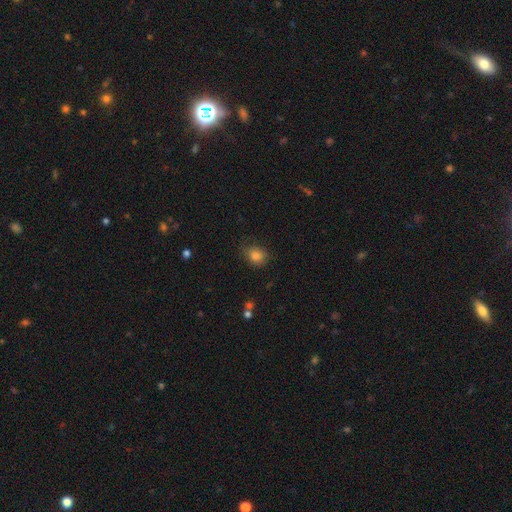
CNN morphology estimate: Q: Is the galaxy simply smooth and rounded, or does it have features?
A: smooth — 82%.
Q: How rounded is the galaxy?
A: round — 59%.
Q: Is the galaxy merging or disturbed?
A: none — 70%.